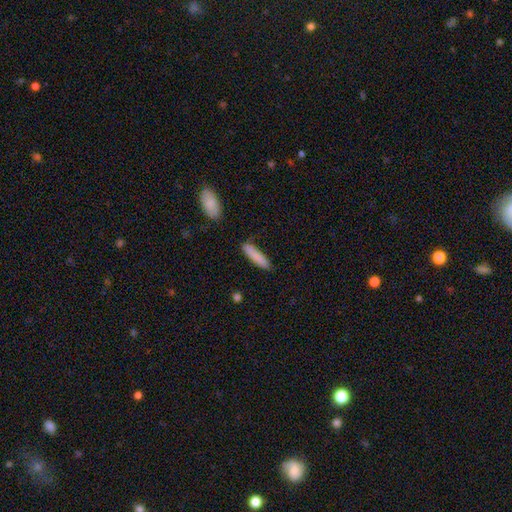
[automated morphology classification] The model was most divided on "how rounded": cigar-shaped: 80%, in between: 18%, round: 1%. More confident: smooth or featured — smooth (86%); merging — none (85%).